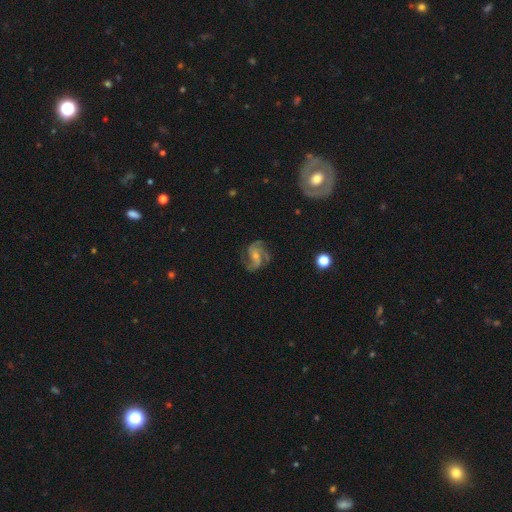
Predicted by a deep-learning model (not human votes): A featured or disk galaxy (84%) with a weak bar (43%), 2 (42%) medium (52%) spiral arms (96%) and a small central bulge (57%).

Vote fractions:
- Smooth or featured? featured or disk: 84% / star or artifact: 8% / smooth: 7%
- Edge-on disk? no: 97% / yes: 3%
- Bar? weak: 43% / no: 39% / strong: 18%
- Spiral arms? yes: 96% / no: 4%
- Spiral winding? medium: 52% / loose: 25% / tight: 23%
- Spiral arm count? 2: 42% / 3: 34% / can't tell: 9% / 4: 7% / 1: 4% / more than 4: 4%
- Bulge size? small: 57% / moderate: 37% / none: 4% / large: 2% / dominant: 1%
- Merging? none: 71% / minor disturbance: 17% / major disturbance: 10% / merger: 2%